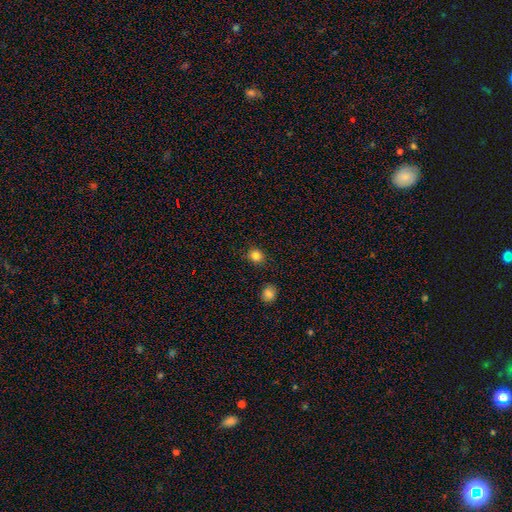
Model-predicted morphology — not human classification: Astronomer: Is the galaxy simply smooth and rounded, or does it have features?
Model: smooth — 83%.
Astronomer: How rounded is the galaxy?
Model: round — 81%.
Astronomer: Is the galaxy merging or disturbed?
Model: none — 87%.